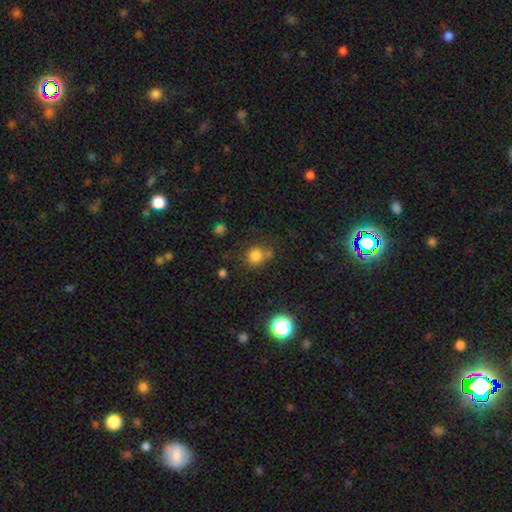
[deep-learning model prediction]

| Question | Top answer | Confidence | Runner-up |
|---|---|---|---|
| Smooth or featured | smooth | 79% | star or artifact (15%) |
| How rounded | round | 88% | in between (11%) |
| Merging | none | 63% | merger (18%) |